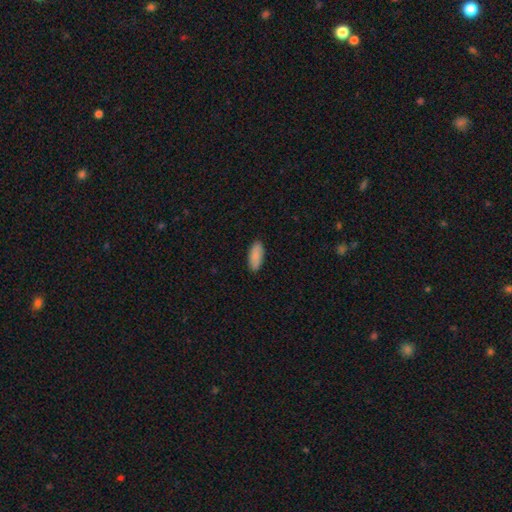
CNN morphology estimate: This appears to be a smooth galaxy with no disk features (89%) that is in between round and cigar-shaped (82%). Merging: none (89%).